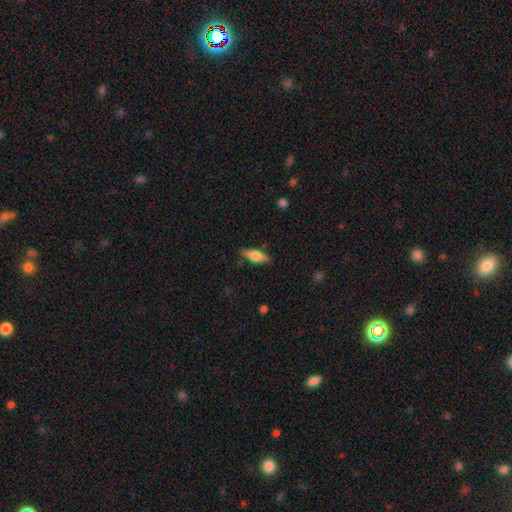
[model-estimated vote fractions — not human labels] Smooth or featured? smooth (64%)
How rounded? in between (58%)
Merging? none (84%)